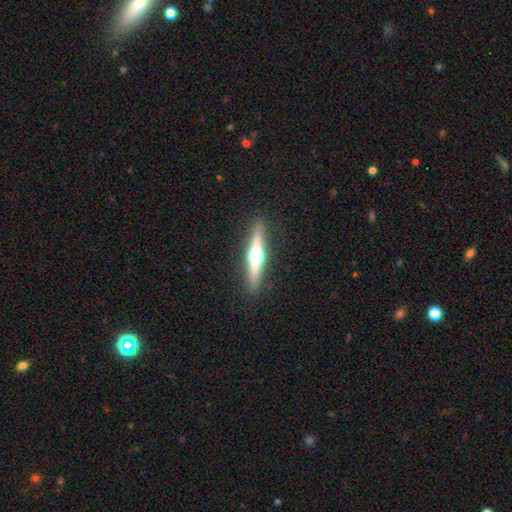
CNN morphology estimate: A featured or disk galaxy (70%) viewed edge-on (97%) with a rounded central bulge (95%).

Vote fractions:
- Smooth or featured? featured or disk: 70% / smooth: 24% / star or artifact: 6%
- Edge-on disk? yes: 97% / no: 3%
- Edge-on bulge? rounded: 95% / boxy: 3% / none: 2%
- Merging? none: 90% / minor disturbance: 7% / major disturbance: 2% / merger: 1%